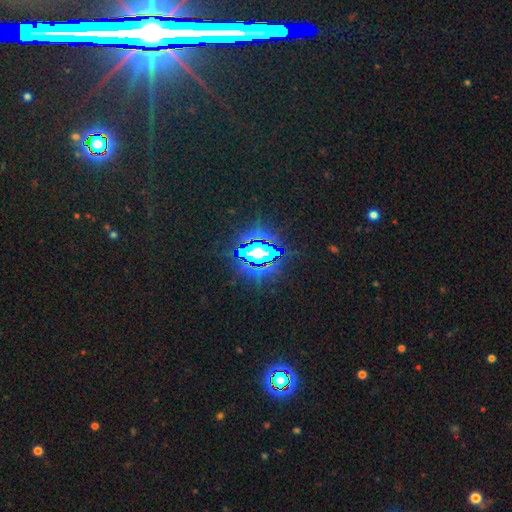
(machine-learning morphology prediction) The model was most divided on "smooth or featured": star or artifact: 81%, smooth: 9%, featured or disk: 9%.